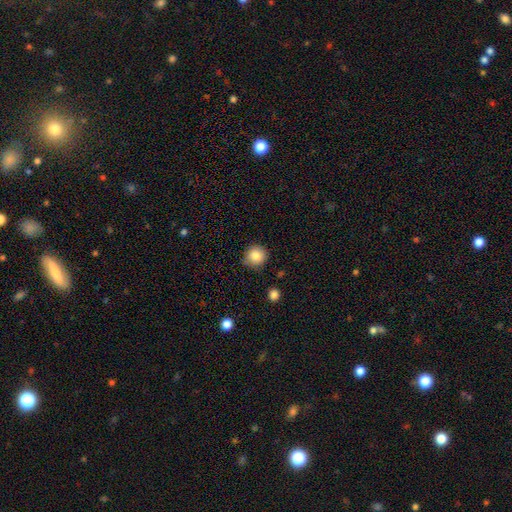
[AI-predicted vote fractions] smooth-or-featured: smooth: 86% | star or artifact: 9% | featured or disk: 5%
  how-rounded: round: 91% | in between: 8% | cigar-shaped: 1%
  merging: none: 84% | minor disturbance: 12% | major disturbance: 2% | merger: 2%